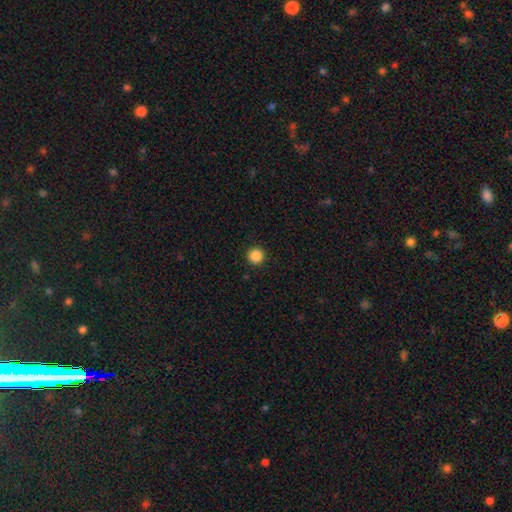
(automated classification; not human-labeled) A smooth galaxy with no disk features (87%) that is round (96%). Merging: none (93%).